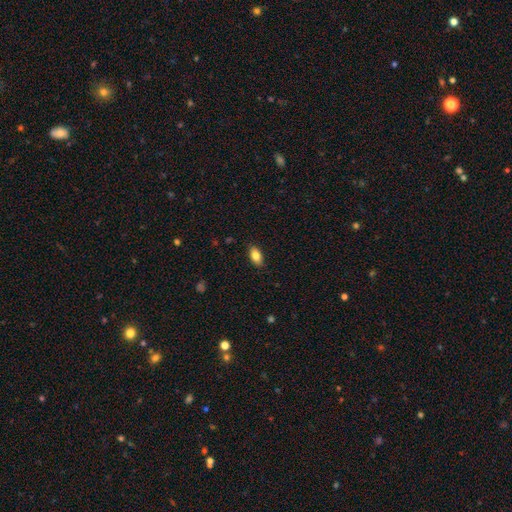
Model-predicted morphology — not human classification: Q: Smooth or featured?
A: smooth (82%); runner-up: featured or disk (10%)
Q: How rounded?
A: in between (90%); runner-up: round (5%)
Q: Merging?
A: none (87%); runner-up: minor disturbance (10%)